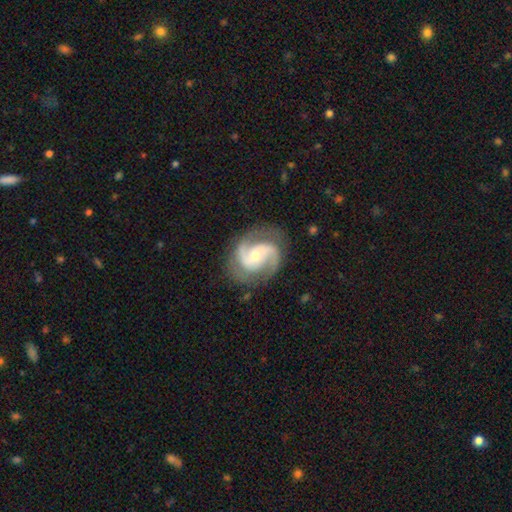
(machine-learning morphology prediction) smooth-or-featured: featured or disk: 90% | smooth: 6% | star or artifact: 4%
  disk-edge-on: no: 98% | yes: 2%
    bar: no: 47% | weak: 39% | strong: 14%
    has-spiral-arms: yes: 98% | no: 2%
      spiral-winding: medium: 58% | tight: 25% | loose: 16%
      spiral-arm-count: 2: 82% | 3: 10% | can't tell: 3% | 1: 2% | 4: 2% | more than 4: 1%
    bulge-size: small: 50% | moderate: 44% | large: 3% | none: 2% | dominant: 1%
  merging: none: 78% | minor disturbance: 15% | major disturbance: 6% | merger: 1%